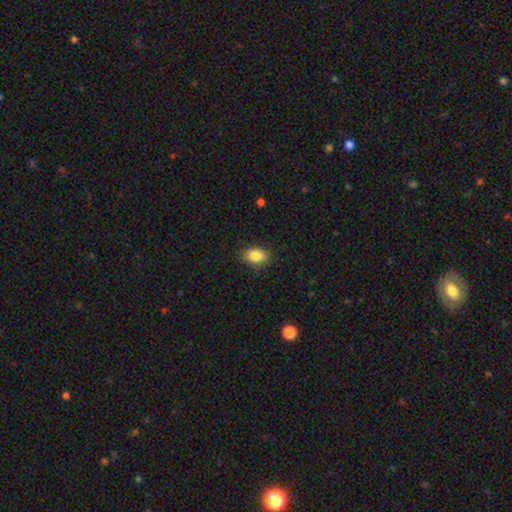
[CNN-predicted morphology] The model was most divided on "how rounded": in between: 83%, round: 15%, cigar-shaped: 1%. More confident: merging — none (86%); smooth or featured — smooth (86%).